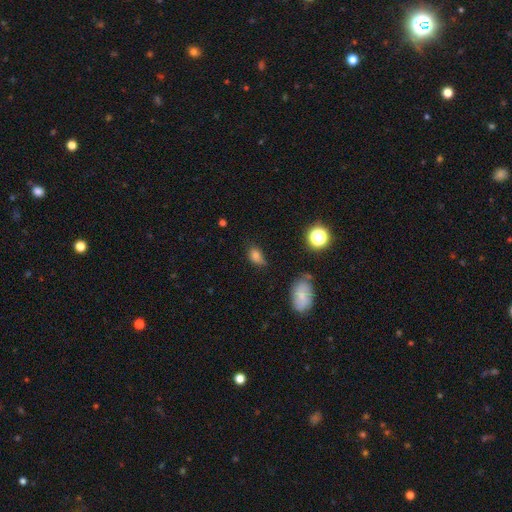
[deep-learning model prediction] The model was most divided on "merging": none: 54%, minor disturbance: 32%, major disturbance: 11%, merger: 3%. More confident: how rounded — in between (79%); smooth or featured — smooth (74%).